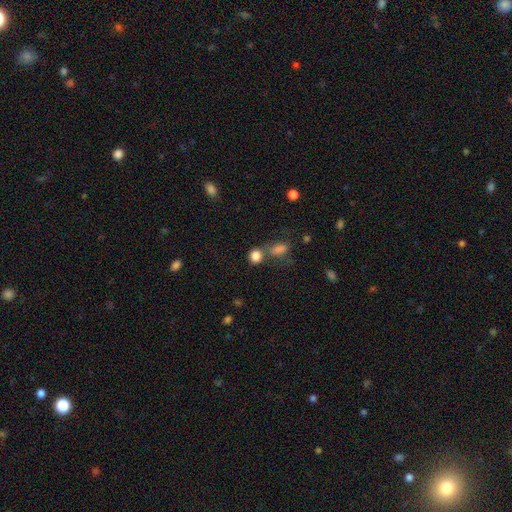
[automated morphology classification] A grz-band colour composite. It shows a smooth galaxy with no disk features (84%) that is round (71%). Merging: none (52%).